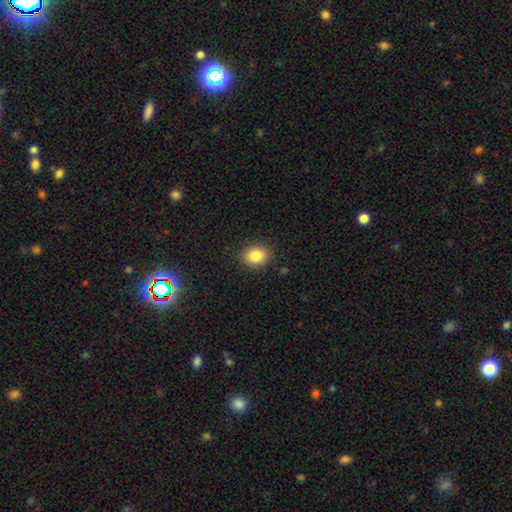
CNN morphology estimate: Smooth or featured?
  - smooth: 85% *
  - star or artifact: 10%
  - featured or disk: 5%
How rounded?
  - round: 54% *
  - in between: 46%
  - cigar-shaped: 1%
Merging?
  - none: 88% *
  - minor disturbance: 8%
  - major disturbance: 3%
  - merger: 1%